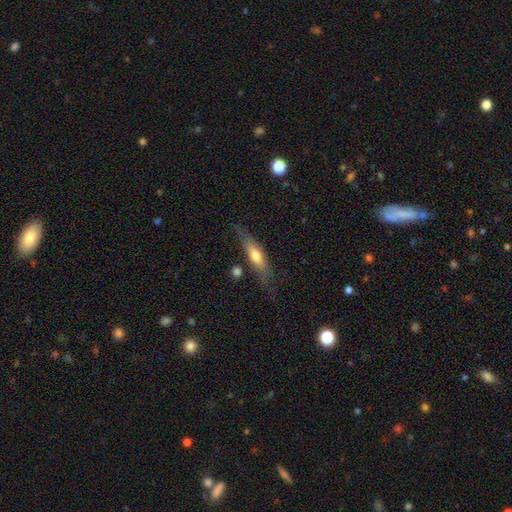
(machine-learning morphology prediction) This is possibly a smooth galaxy (52%). How rounded: likely cigar-shaped (67%). Merging: likely none (72%).